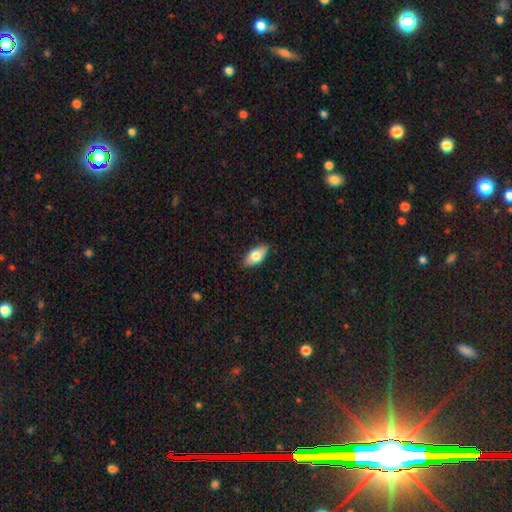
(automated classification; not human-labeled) Q: Smooth or featured?
A: smooth (75%); runner-up: featured or disk (18%)
Q: How rounded?
A: in between (91%); runner-up: cigar-shaped (5%)
Q: Merging?
A: none (81%); runner-up: minor disturbance (15%)